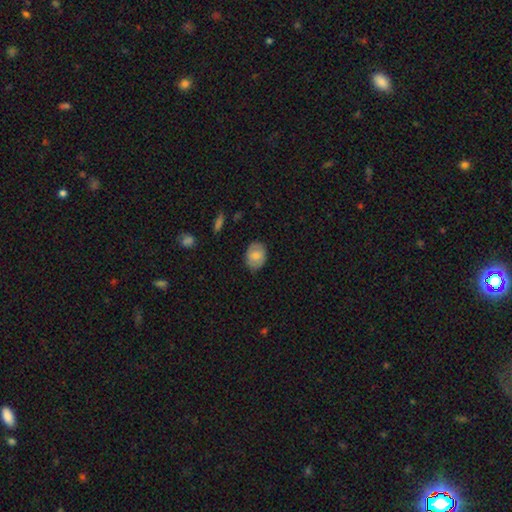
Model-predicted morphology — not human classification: smooth 74%, featured or disk 19%, star or artifact 7%. Down the decision tree: how rounded — in between (60%); merging — none (80%).